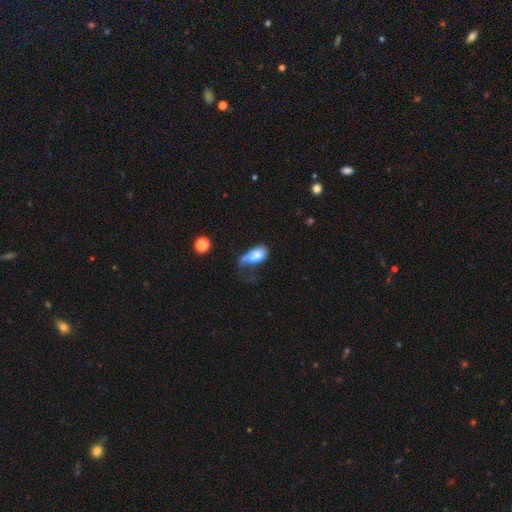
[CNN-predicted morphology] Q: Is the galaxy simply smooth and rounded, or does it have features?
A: smooth — 63%.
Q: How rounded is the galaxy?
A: in between — 83%.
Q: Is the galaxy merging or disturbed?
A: merger — 36%.